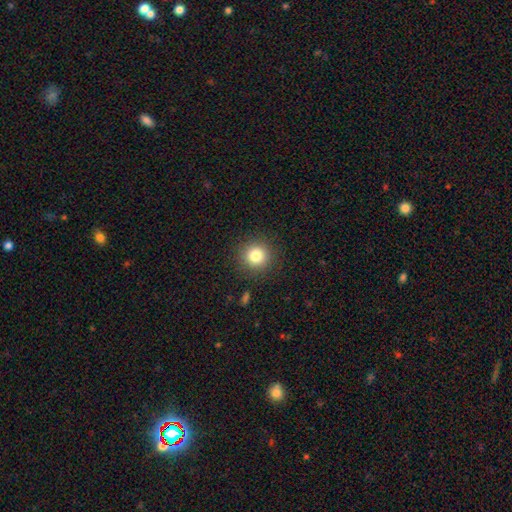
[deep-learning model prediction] smooth 82%, star or artifact 12%, featured or disk 7%. Down the decision tree: how rounded — round (94%); merging — none (90%).